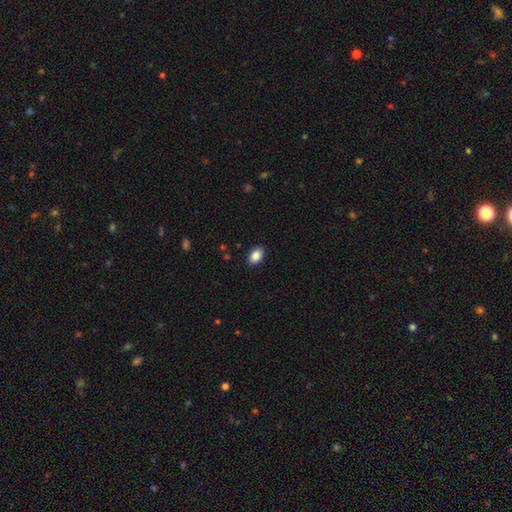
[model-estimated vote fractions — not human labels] Overall: smooth (88%). How rounded: in between (84%). Merging: none (89%).